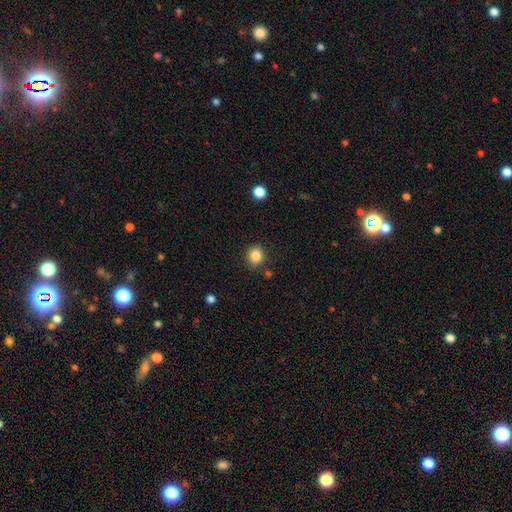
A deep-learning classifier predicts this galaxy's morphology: Smooth or featured? smooth (84%)
How rounded? round (77%)
Merging? none (86%)